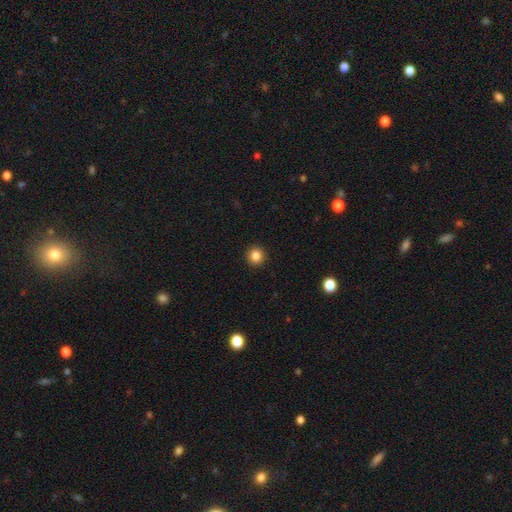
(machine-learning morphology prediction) This appears to be a smooth galaxy with no disk features (85%) that is round (94%). Merging: none (93%).